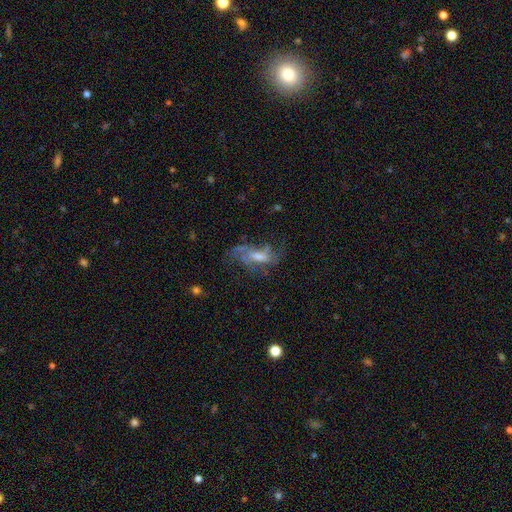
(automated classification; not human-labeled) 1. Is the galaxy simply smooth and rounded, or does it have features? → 67% featured or disk, 17% smooth, 16% star or artifact.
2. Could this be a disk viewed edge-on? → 88% no, 12% yes.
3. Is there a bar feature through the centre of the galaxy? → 43% weak, 40% no, 17% strong.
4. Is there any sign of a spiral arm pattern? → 79% yes, 21% no.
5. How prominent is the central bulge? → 47% moderate, 31% small, 12% none, 9% large, 2% dominant.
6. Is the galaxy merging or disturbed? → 54% none, 23% major disturbance, 19% minor disturbance, 4% merger.